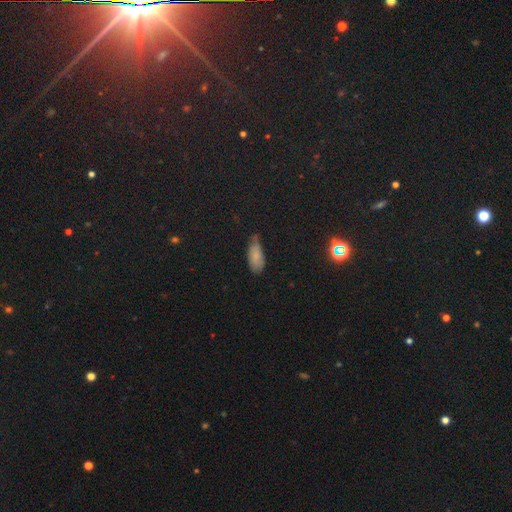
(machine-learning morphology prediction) The model was most divided on "merging": none: 46%, minor disturbance: 42%, major disturbance: 9%, merger: 3%. More confident: how rounded — in between (88%); smooth or featured — smooth (73%).